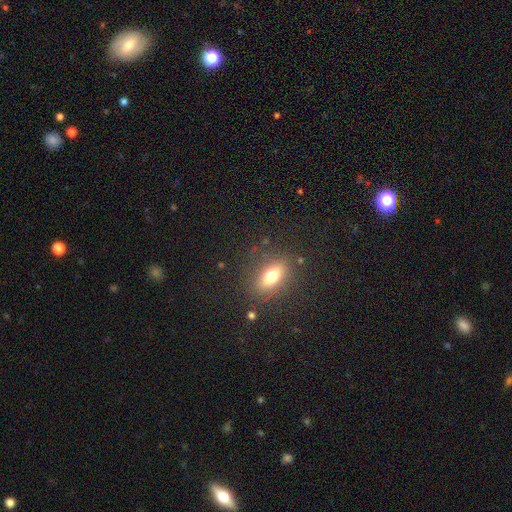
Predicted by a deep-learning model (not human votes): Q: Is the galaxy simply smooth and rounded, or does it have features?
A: smooth — 62%.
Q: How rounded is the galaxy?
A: in between — 68%.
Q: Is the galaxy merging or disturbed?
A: none — 87%.